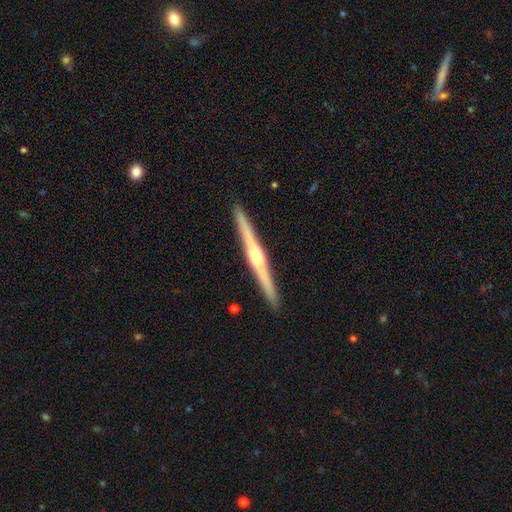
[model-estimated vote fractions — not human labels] A featured or disk galaxy (79%) viewed edge-on (99%) with a rounded central bulge (77%).

Vote fractions:
- Smooth or featured? featured or disk: 79% / smooth: 16% / star or artifact: 5%
- Edge-on disk? yes: 99% / no: 1%
- Edge-on bulge? rounded: 77% / boxy: 13% / none: 10%
- Merging? none: 93% / minor disturbance: 5% / major disturbance: 1% / merger: 1%